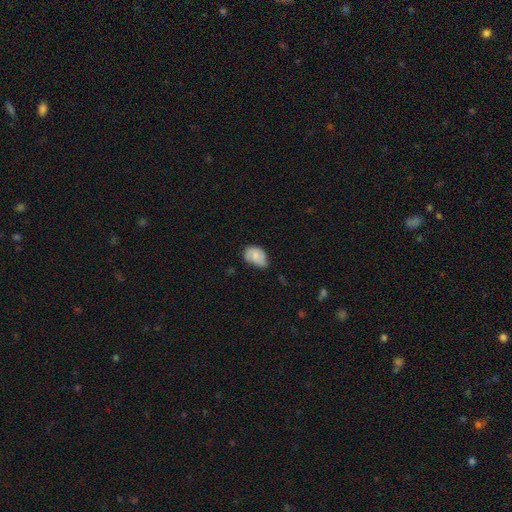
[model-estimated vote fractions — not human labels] A smooth galaxy with no disk features (60%) that is in between round and cigar-shaped (79%). Merging: minor disturbance (43%).